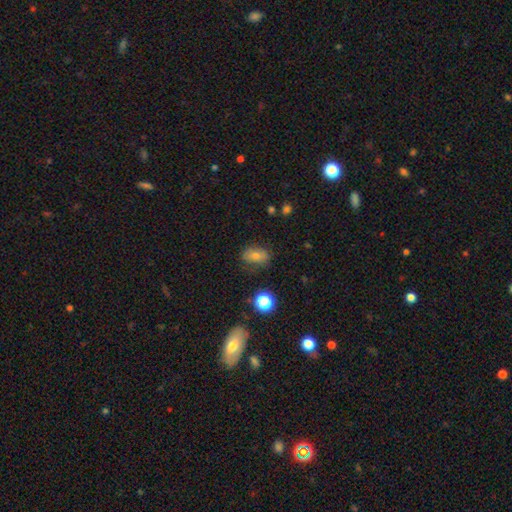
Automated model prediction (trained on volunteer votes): A smooth galaxy with no disk features (64%) that is in between round and cigar-shaped (76%).

Vote fractions:
- Smooth or featured? smooth: 64% / featured or disk: 20% / star or artifact: 16%
- How rounded? in between: 76% / round: 21% / cigar-shaped: 3%
- Merging? none: 79% / minor disturbance: 14% / major disturbance: 4% / merger: 2%